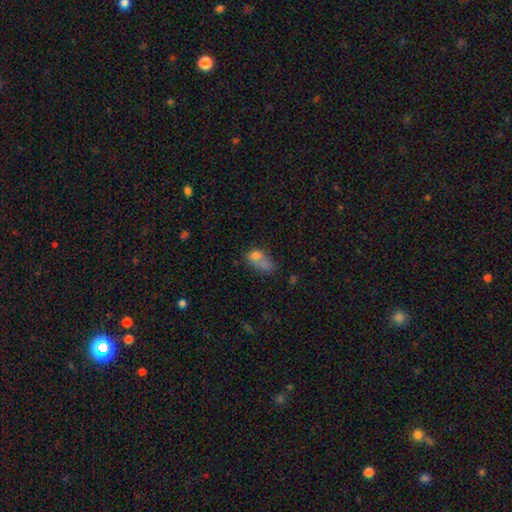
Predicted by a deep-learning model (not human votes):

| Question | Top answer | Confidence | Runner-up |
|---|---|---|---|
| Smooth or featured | smooth | 71% | featured or disk (16%) |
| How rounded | in between | 79% | round (17%) |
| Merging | merger | 27% | major disturbance (25%) |